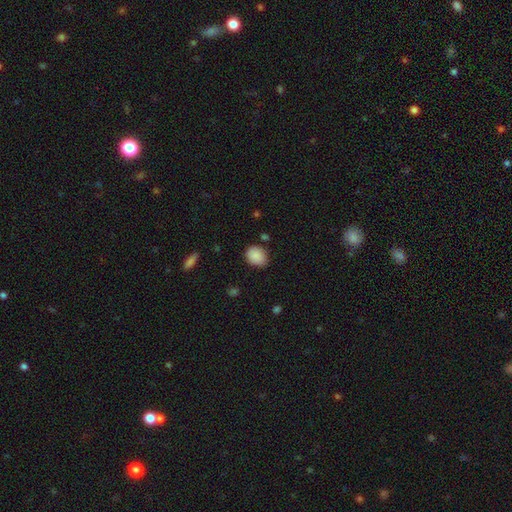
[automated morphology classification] A smooth galaxy with no disk features (88%) that is in between round and cigar-shaped (55%).

Vote fractions:
- Smooth or featured? smooth: 88% / star or artifact: 8% / featured or disk: 4%
- How rounded? in between: 55% / round: 44% / cigar-shaped: 1%
- Merging? none: 76% / minor disturbance: 18% / major disturbance: 4% / merger: 2%